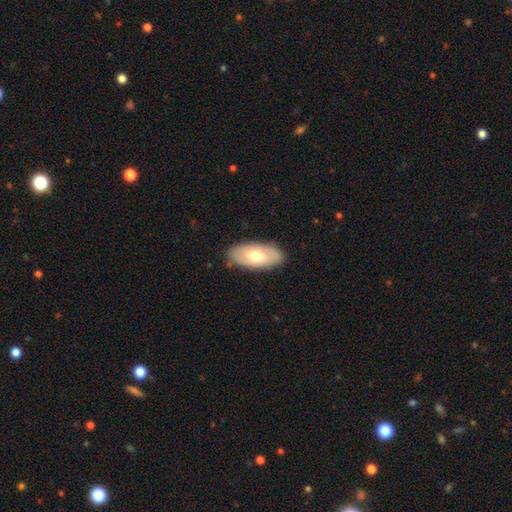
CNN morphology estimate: Smooth or featured? Predicted: smooth (p=0.61). How rounded? Predicted: in between (p=0.92). Merging? Predicted: none (p=0.85).